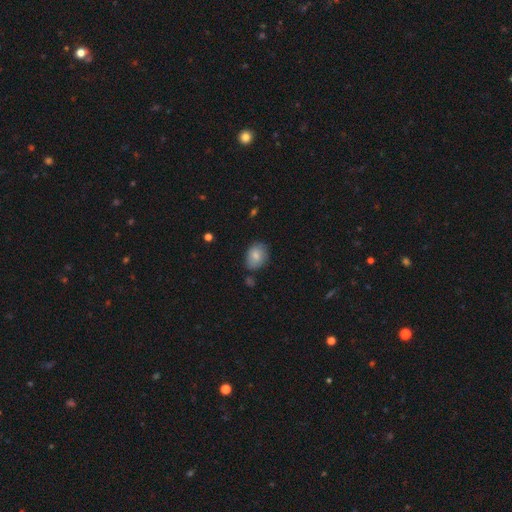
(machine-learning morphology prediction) smooth 80%, featured or disk 12%, star or artifact 8%. Down the decision tree: how rounded — in between (67%); merging — none (71%).